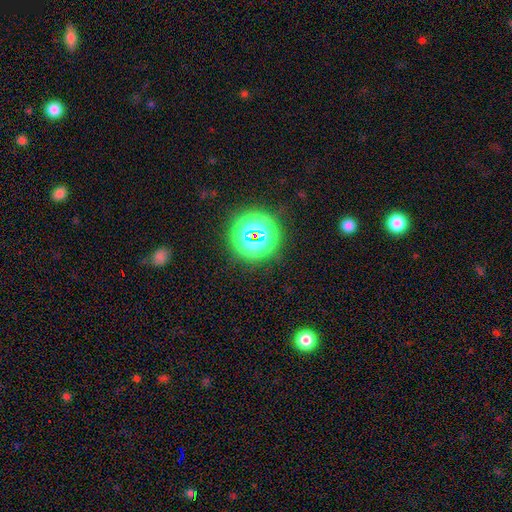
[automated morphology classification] Overall: star or artifact (67%).